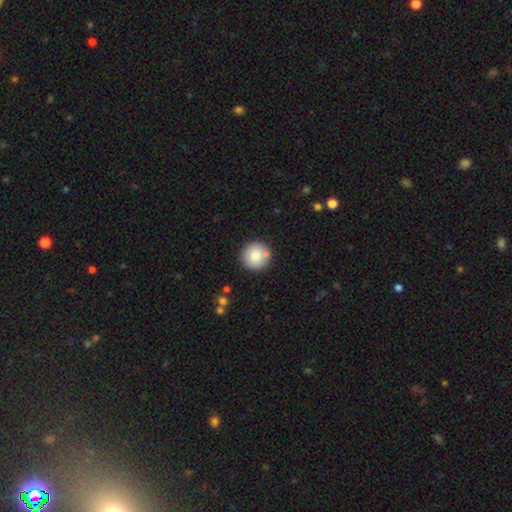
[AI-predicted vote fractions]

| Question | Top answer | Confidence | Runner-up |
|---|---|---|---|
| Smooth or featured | smooth | 83% | featured or disk (9%) |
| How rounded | round | 95% | in between (4%) |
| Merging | none | 82% | minor disturbance (9%) |